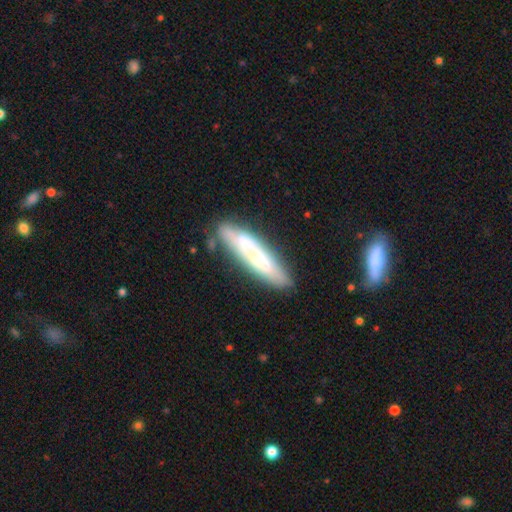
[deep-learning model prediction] This appears to be a featured or disk galaxy (56%) viewed edge-on (55%). Merging: none (71%).